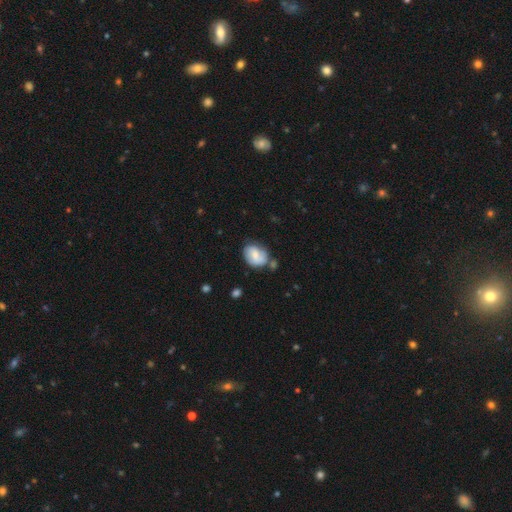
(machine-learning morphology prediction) smooth 55%, featured or disk 38%, star or artifact 8%. Down the decision tree: how rounded — in between (63%); merging — none (53%).